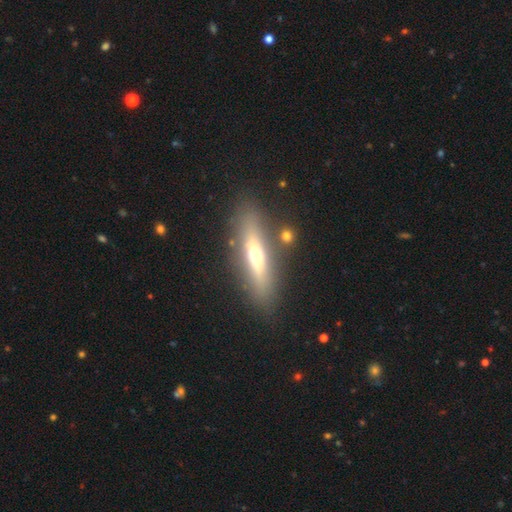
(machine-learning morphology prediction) The model was most divided on "smooth or featured": featured or disk: 52%, smooth: 40%, star or artifact: 8%. More confident: merging — none (82%); edge-on disk — yes (77%).